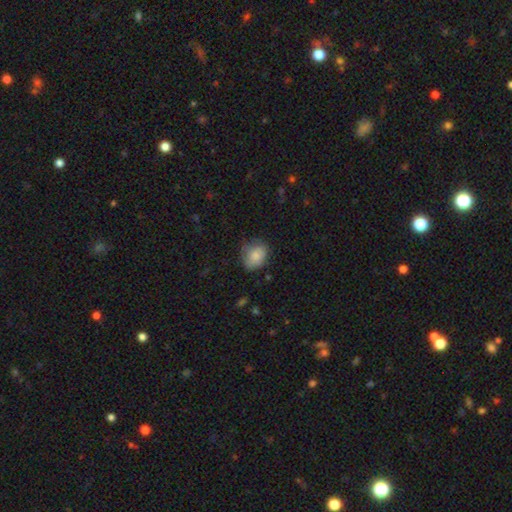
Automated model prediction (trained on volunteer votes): This appears to be a smooth galaxy with no disk features (81%) that is in between round and cigar-shaped (52%). Merging: none (65%).